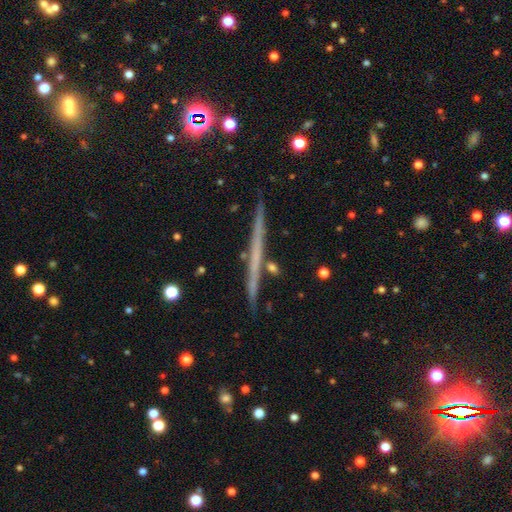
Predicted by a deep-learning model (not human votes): Smooth or featured?
  - featured or disk: 58% *
  - smooth: 27%
  - star or artifact: 15%
Edge-on disk?
  - yes: 96% *
  - no: 4%
Edge-on bulge?
  - none: 83% *
  - rounded: 12%
  - boxy: 5%
Merging?
  - none: 88% *
  - minor disturbance: 8%
  - merger: 2%
  - major disturbance: 2%